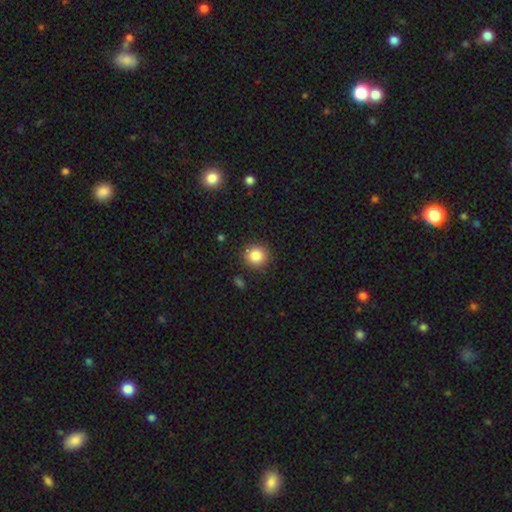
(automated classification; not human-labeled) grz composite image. It shows a smooth galaxy with no disk features (84%) that is round (91%). Merging: none (89%).